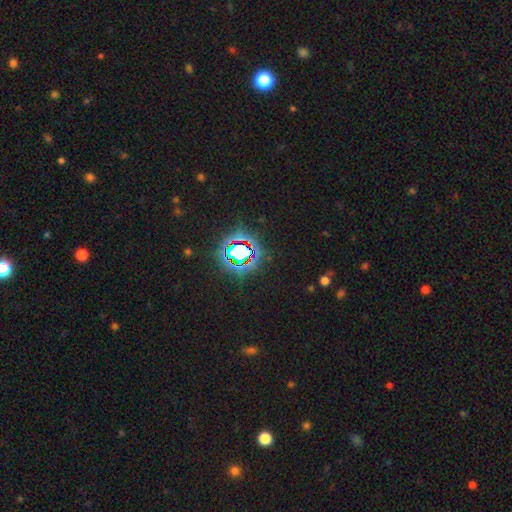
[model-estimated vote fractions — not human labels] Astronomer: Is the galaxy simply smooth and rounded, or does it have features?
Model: star or artifact — 81%.